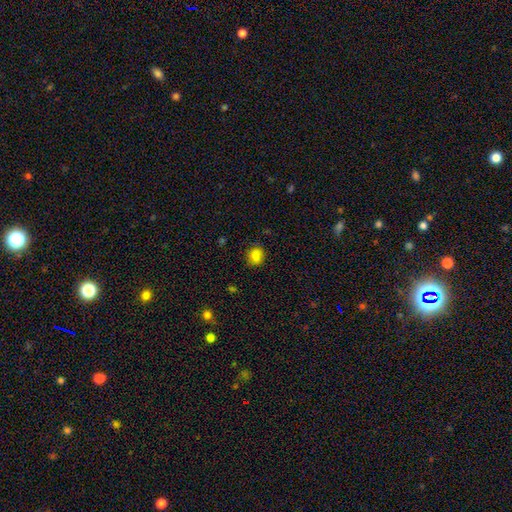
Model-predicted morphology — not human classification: Smooth or featured? smooth (84%)
How rounded? round (63%)
Merging? none (82%)